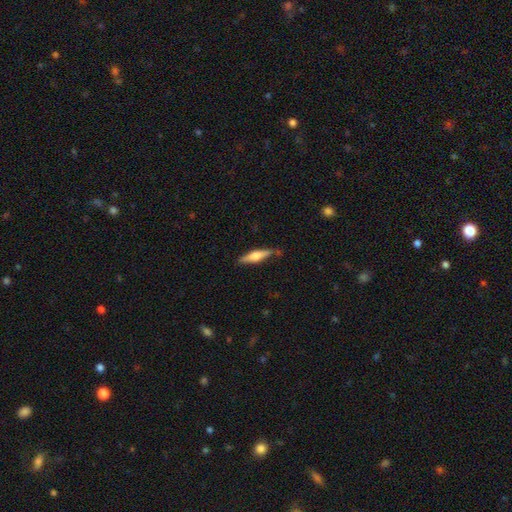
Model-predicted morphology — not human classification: Smooth or featured? Predicted: featured or disk (p=0.53). Edge-on disk? Predicted: yes (p=0.95). Edge-on bulge? Predicted: rounded (p=0.85). Merging? Predicted: none (p=0.80).